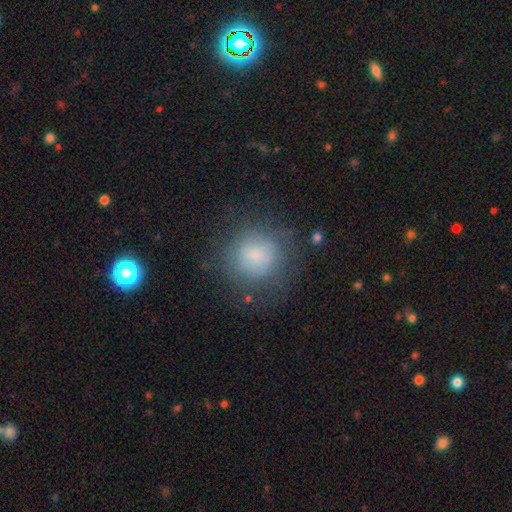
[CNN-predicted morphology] Smooth or featured: smooth — 71% (featured or disk — 19%)
How rounded: round — 90% (in between — 9%)
Merging: none — 67% (minor disturbance — 19%)